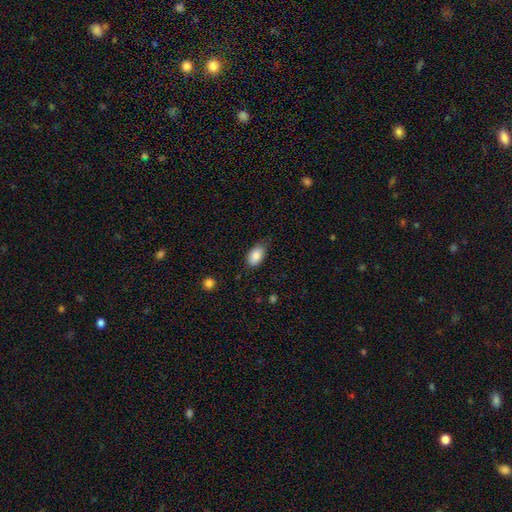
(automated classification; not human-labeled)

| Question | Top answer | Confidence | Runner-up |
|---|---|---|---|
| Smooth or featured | smooth | 86% | star or artifact (7%) |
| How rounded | in between | 92% | round (6%) |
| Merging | none | 68% | minor disturbance (26%) |